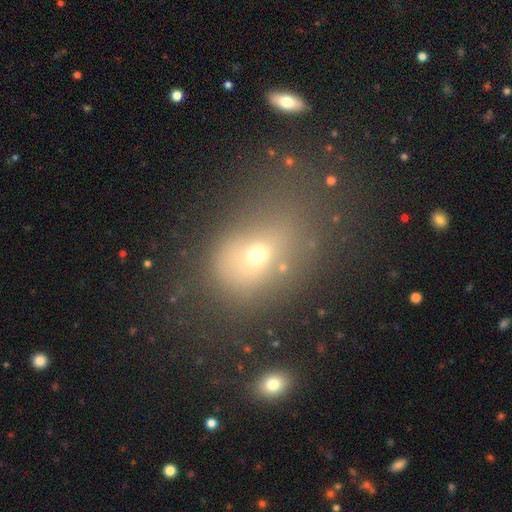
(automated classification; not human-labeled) This appears to be a smooth galaxy with no disk features (58%) that is in between round and cigar-shaped (56%). Merging: none (47%).